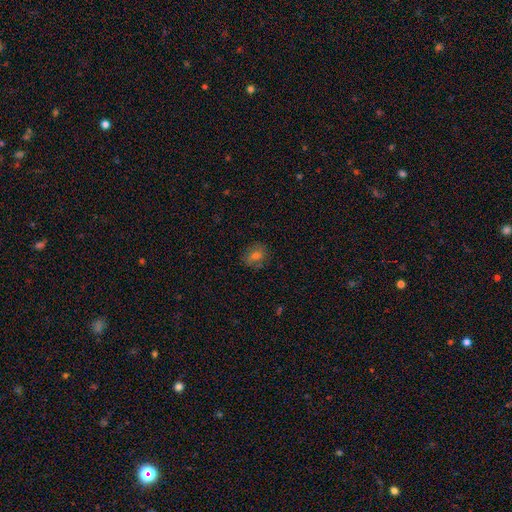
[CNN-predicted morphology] Smooth or featured: smooth — 61% (featured or disk — 21%)
How rounded: round — 62% (in between — 37%)
Merging: none — 81% (minor disturbance — 14%)